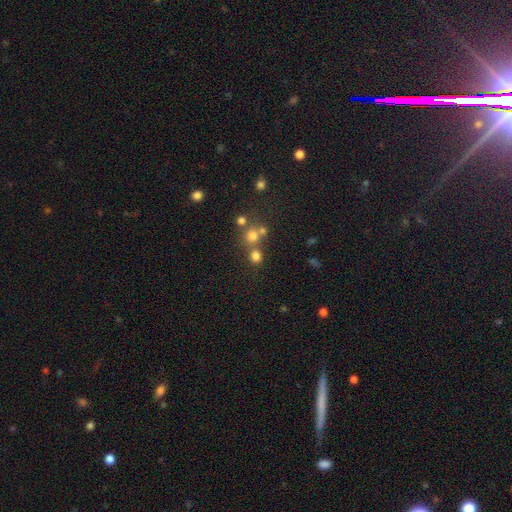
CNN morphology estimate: Smooth or featured? Predicted: smooth (p=0.70). How rounded? Predicted: round (p=0.86). Merging? Predicted: none (p=0.60).